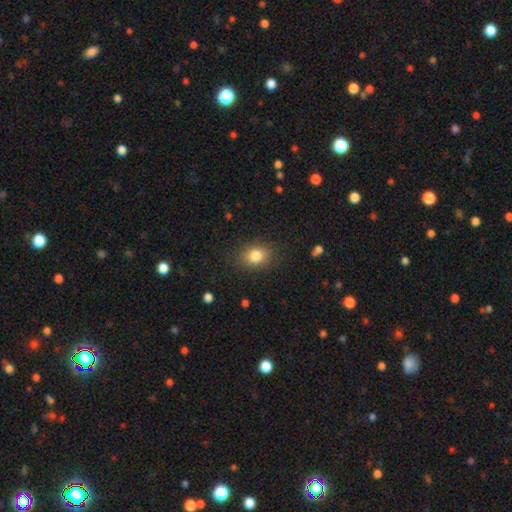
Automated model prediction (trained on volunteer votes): A smooth galaxy with no disk features (82%) that is in between round and cigar-shaped (60%).

Vote fractions:
- Smooth or featured? smooth: 82% / star or artifact: 10% / featured or disk: 8%
- How rounded? in between: 60% / round: 39% / cigar-shaped: 1%
- Merging? none: 83% / minor disturbance: 12% / major disturbance: 4% / merger: 1%